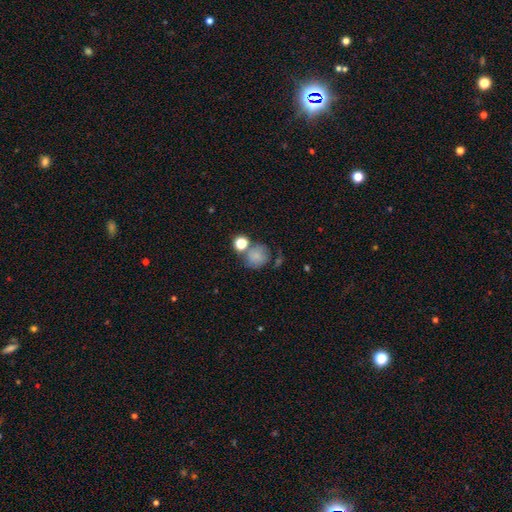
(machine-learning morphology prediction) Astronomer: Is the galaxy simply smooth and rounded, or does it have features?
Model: smooth — 77%.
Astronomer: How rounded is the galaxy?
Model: round — 79%.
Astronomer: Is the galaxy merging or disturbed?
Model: none — 52%.